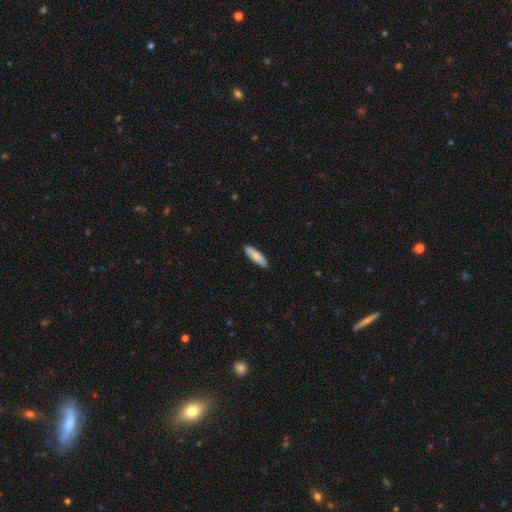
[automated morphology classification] This is clearly a smooth galaxy (83%). How rounded: likely cigar-shaped (64%). Merging: clearly none (90%).